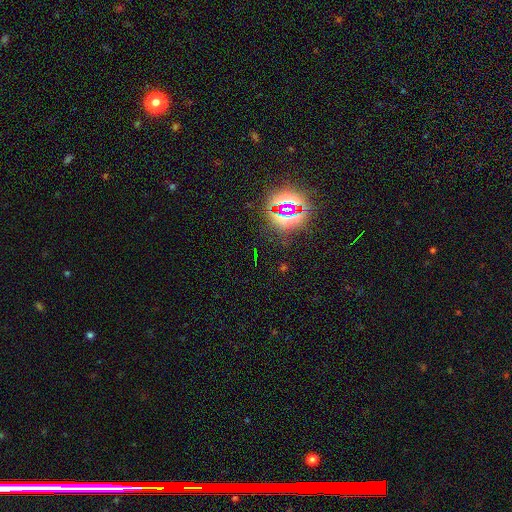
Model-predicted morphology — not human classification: Smooth or featured?
  - star or artifact: 75% *
  - smooth: 16%
  - featured or disk: 9%